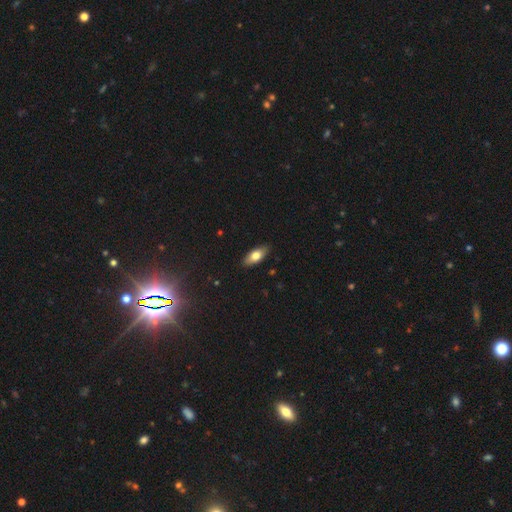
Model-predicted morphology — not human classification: Smooth or featured? Predicted: smooth (p=0.74). How rounded? Predicted: in between (p=0.83). Merging? Predicted: none (p=0.88).